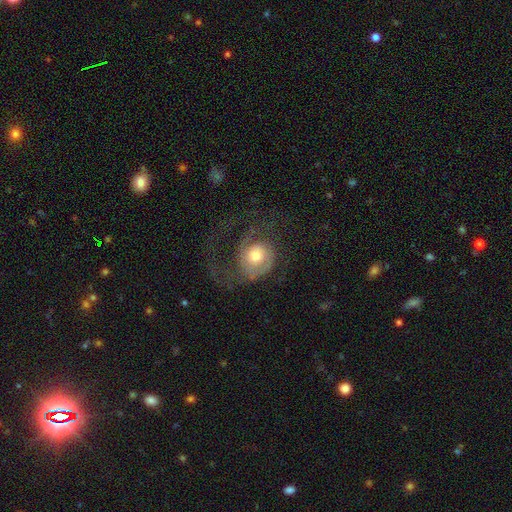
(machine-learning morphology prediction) Q: Smooth or featured?
A: featured or disk (63%); runner-up: smooth (30%)
Q: Edge-on disk?
A: no (97%); runner-up: yes (3%)
Q: Bar?
A: no (77%); runner-up: weak (19%)
Q: Spiral arms?
A: yes (82%); runner-up: no (18%)
Q: Spiral winding?
A: medium (38%); runner-up: loose (32%)
Q: Spiral arm count?
A: 1 (43%); runner-up: 2 (34%)
Q: Bulge size?
A: moderate (65%); runner-up: large (17%)
Q: Merging?
A: major disturbance (42%); runner-up: none (41%)